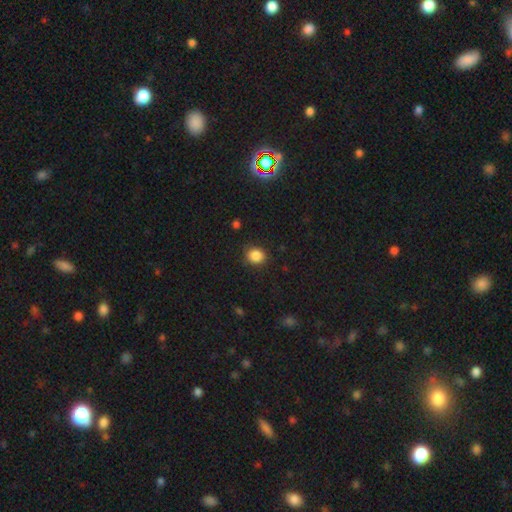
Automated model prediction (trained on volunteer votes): Smooth or featured? Predicted: smooth (p=0.86). How rounded? Predicted: round (p=0.76). Merging? Predicted: none (p=0.84).